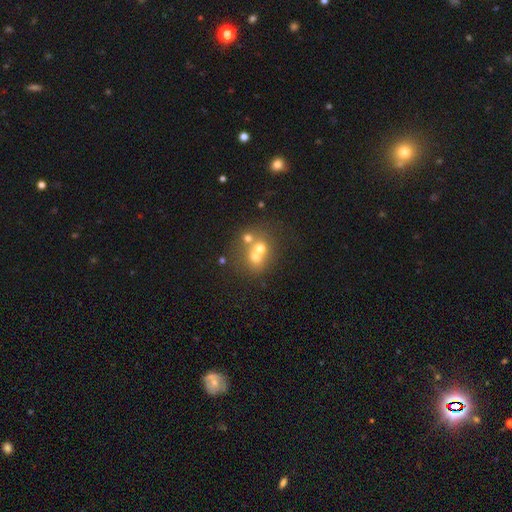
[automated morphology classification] A smooth galaxy with no disk features (54%) that is round (76%). Merging: merger (55%).